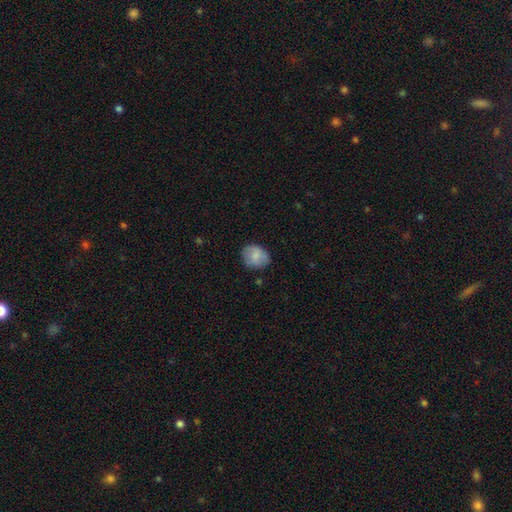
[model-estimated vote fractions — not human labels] smooth-or-featured: smooth: 78% | featured or disk: 15% | star or artifact: 7%
  how-rounded: round: 59% | in between: 40% | cigar-shaped: 1%
  merging: none: 76% | minor disturbance: 18% | major disturbance: 4% | merger: 1%